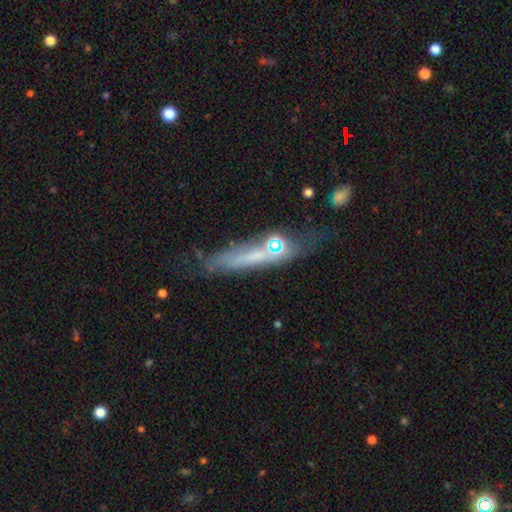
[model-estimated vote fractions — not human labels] This is possibly a smooth galaxy (45%). Merging: possibly none (45%).